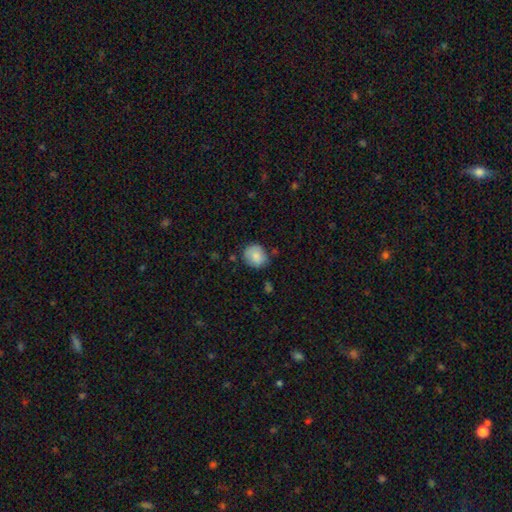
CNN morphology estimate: This appears to be a smooth galaxy with no disk features (82%) that is round (74%). Merging: none (74%).